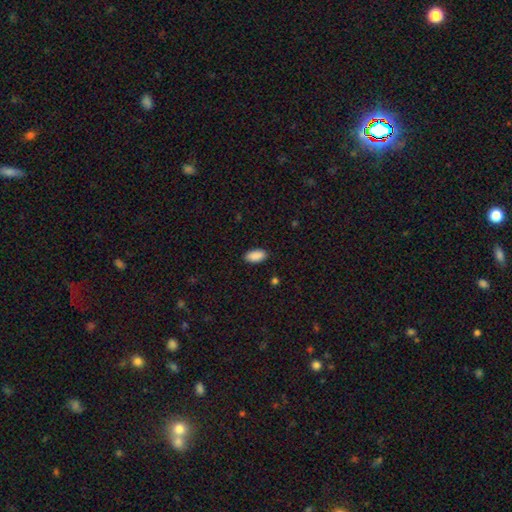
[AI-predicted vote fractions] smooth-or-featured: smooth: 91% | star or artifact: 7% | featured or disk: 3%
  how-rounded: in between: 94% | cigar-shaped: 4% | round: 2%
  merging: none: 89% | minor disturbance: 8% | major disturbance: 2% | merger: 1%